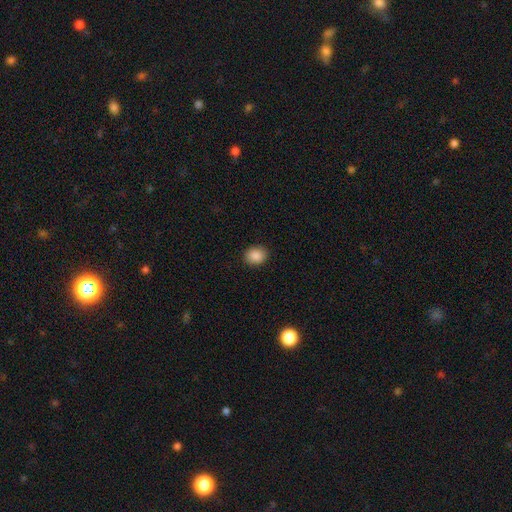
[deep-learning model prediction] Overall: smooth (88%). How rounded: round (62%; in between 37%). Merging: none (90%).